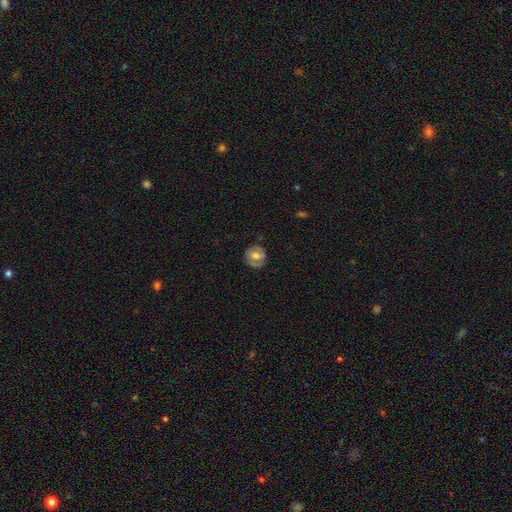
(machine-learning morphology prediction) Q: Smooth or featured?
A: smooth (54%); runner-up: featured or disk (38%)
Q: How rounded?
A: round (82%); runner-up: in between (17%)
Q: Merging?
A: none (78%); runner-up: minor disturbance (16%)